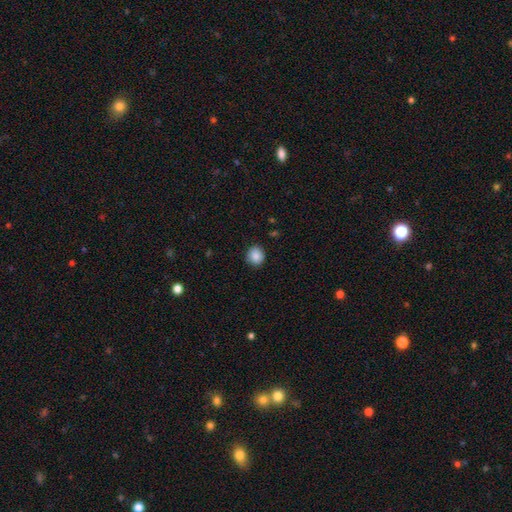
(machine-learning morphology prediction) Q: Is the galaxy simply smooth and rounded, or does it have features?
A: smooth — 87%.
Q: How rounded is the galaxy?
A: round — 84%.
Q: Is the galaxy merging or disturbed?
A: none — 87%.